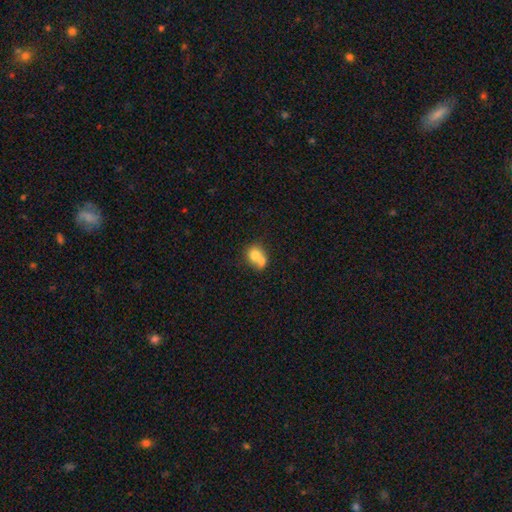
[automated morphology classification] type=smooth (72%); roundness=round (65%); merging=merger (65%).